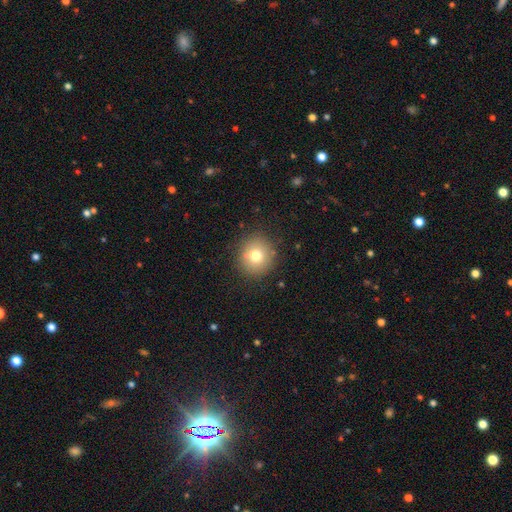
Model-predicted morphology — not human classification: The model was most divided on "smooth or featured": smooth: 75%, star or artifact: 13%, featured or disk: 12%. More confident: how rounded — round (91%); merging — none (87%).